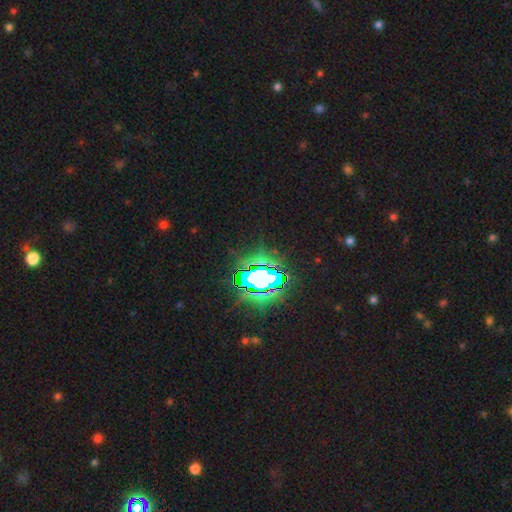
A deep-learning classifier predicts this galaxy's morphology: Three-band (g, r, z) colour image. It shows a star or artifact, not a galaxy (83%).